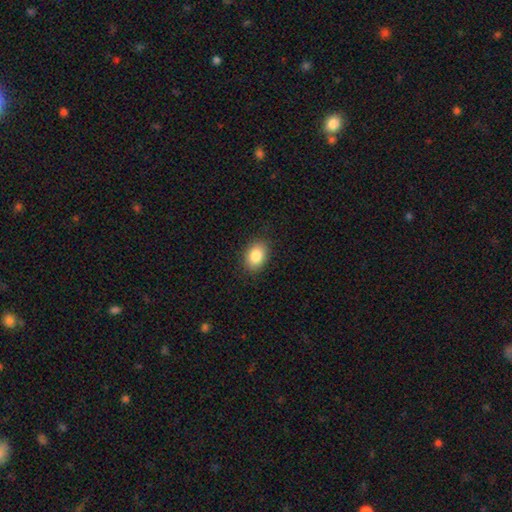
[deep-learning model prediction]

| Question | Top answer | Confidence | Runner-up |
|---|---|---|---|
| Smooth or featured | smooth | 86% | star or artifact (8%) |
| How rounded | in between | 75% | round (24%) |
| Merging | none | 87% | minor disturbance (9%) |